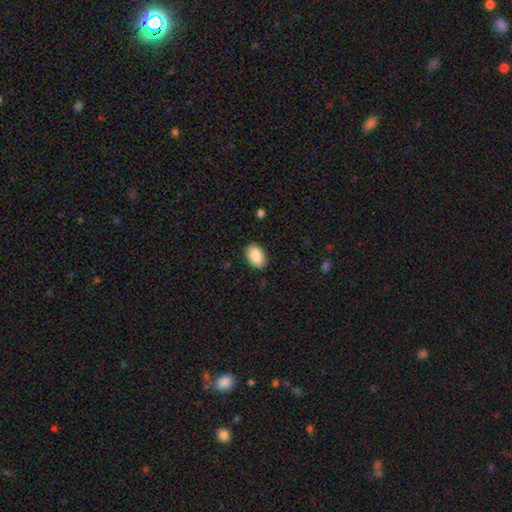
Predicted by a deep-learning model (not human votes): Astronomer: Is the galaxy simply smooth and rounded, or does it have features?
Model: smooth — 89%.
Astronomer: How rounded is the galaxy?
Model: in between — 91%.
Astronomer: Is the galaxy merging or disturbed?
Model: none — 87%.